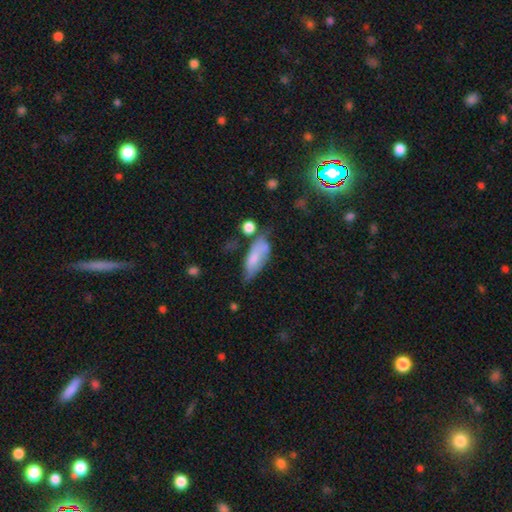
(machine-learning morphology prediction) A smooth galaxy with no disk features (65%) that is in between round and cigar-shaped (75%). Merging: none (39%).